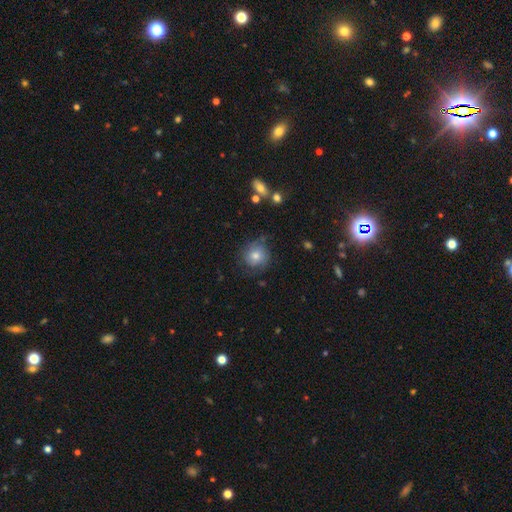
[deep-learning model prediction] Smooth or featured? Predicted: smooth (p=0.59). How rounded? Predicted: round (p=0.89). Merging? Predicted: none (p=0.69).